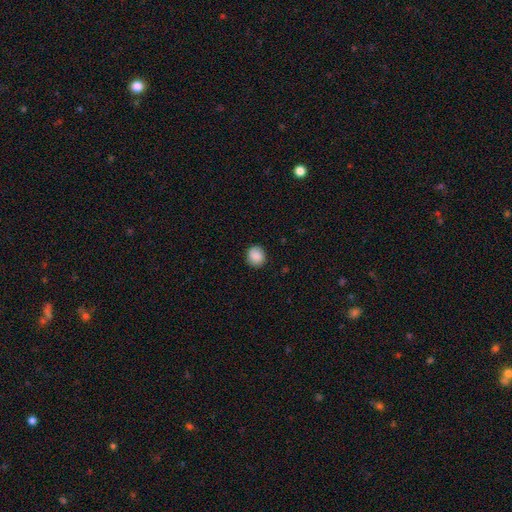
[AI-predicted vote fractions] smooth 88%, star or artifact 8%, featured or disk 4%. Down the decision tree: how rounded — round (85%); merging — none (88%).